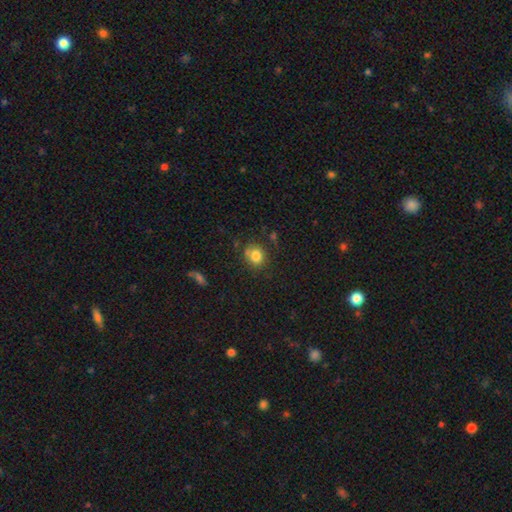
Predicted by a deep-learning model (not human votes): This is clearly a smooth galaxy (81%). How rounded: likely round (69%). Merging: likely none (70%).